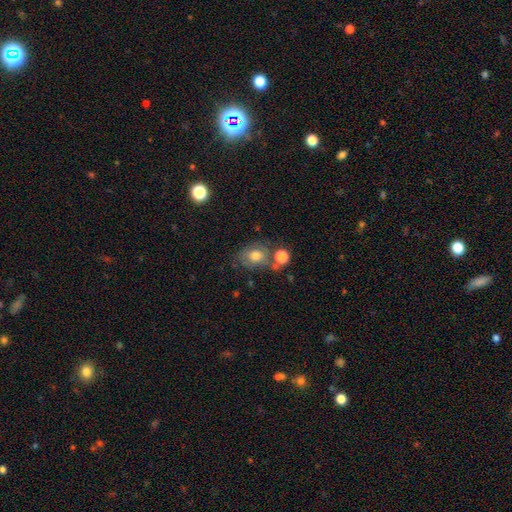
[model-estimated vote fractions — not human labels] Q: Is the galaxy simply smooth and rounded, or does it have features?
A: smooth — 67%.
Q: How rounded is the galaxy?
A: in between — 57%.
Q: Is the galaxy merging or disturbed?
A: none — 50%.